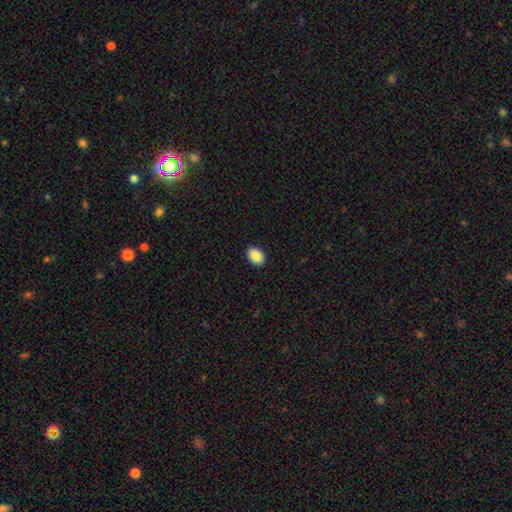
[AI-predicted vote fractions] Smooth or featured: smooth — 90% (star or artifact — 7%)
How rounded: in between — 80% (round — 19%)
Merging: none — 91% (minor disturbance — 6%)